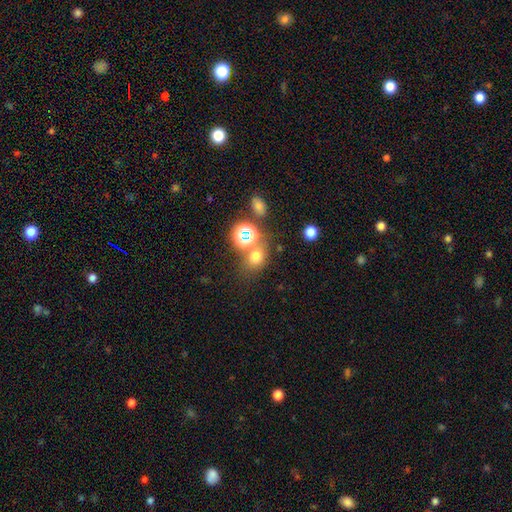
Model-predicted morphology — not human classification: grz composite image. It shows a smooth galaxy with no disk features (66%) that is round (59%). Merging: none (62%).